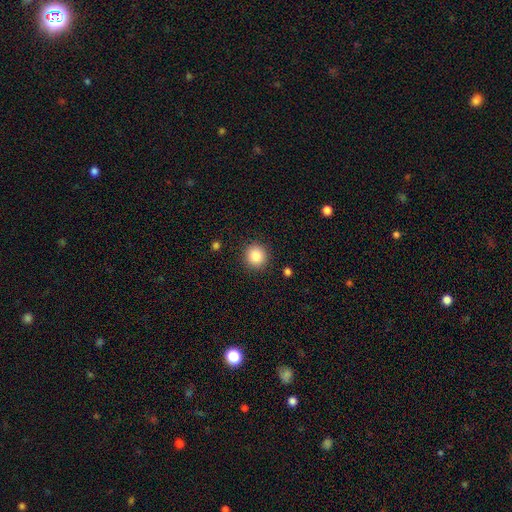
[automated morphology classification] The model was most divided on "smooth or featured": smooth: 86%, star or artifact: 9%, featured or disk: 5%. More confident: how rounded — round (92%); merging — none (89%).